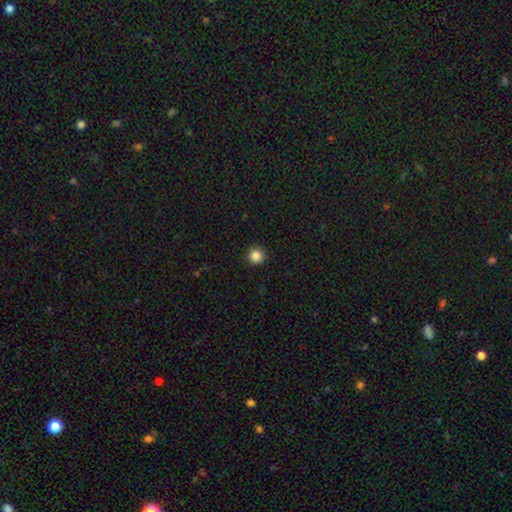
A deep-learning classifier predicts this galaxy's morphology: smooth-or-featured: smooth: 86% | star or artifact: 11% | featured or disk: 3%
  how-rounded: round: 96% | in between: 3% | cigar-shaped: 1%
  merging: none: 93% | minor disturbance: 5% | major disturbance: 2% | merger: 1%